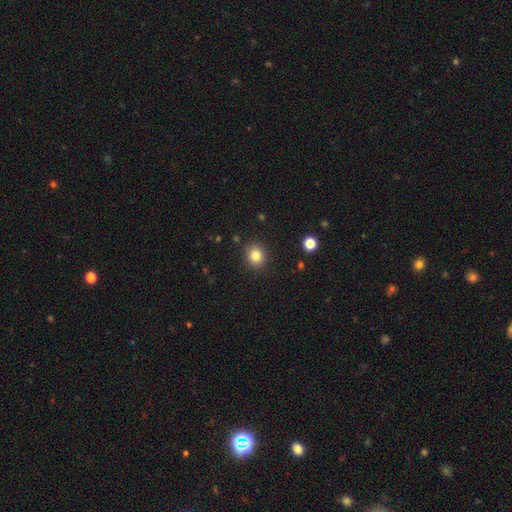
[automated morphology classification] Smooth or featured? smooth (82%)
How rounded? round (76%)
Merging? none (89%)